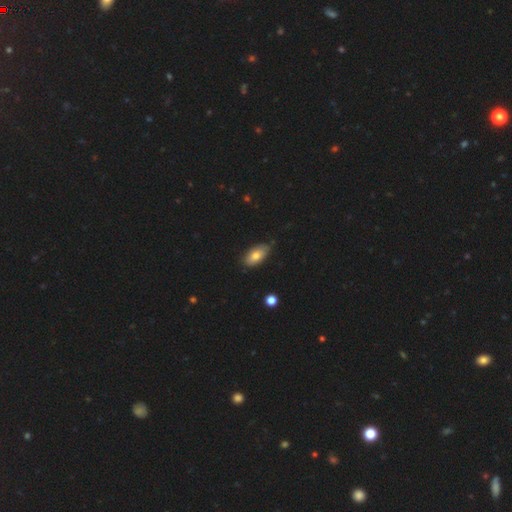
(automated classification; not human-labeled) Q: Smooth or featured?
A: smooth (77%); runner-up: featured or disk (15%)
Q: How rounded?
A: in between (92%); runner-up: cigar-shaped (5%)
Q: Merging?
A: none (72%); runner-up: minor disturbance (23%)